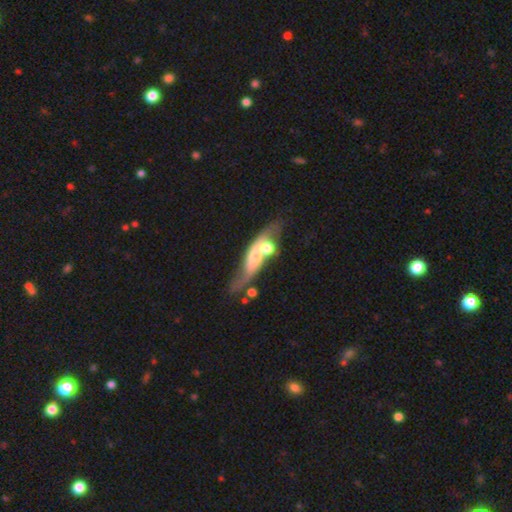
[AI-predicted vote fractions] featured or disk 69%, smooth 23%, star or artifact 7%. Down the decision tree: edge-on disk — no (73%); bar — no (65%); spiral arms — yes (79%); bulge size — moderate (49%); merging — none (44%).